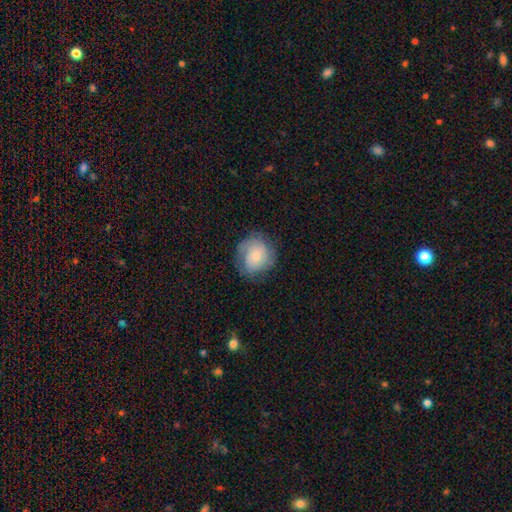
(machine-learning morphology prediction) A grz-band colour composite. It shows a smooth galaxy with no disk features (50%). Merging: none (72%).